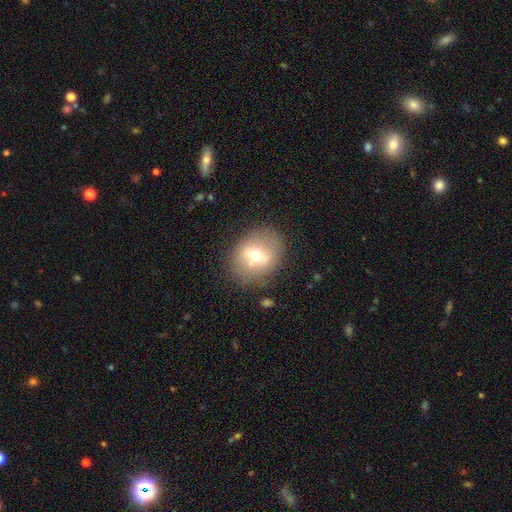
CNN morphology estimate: Smooth or featured?
  - smooth: 55% *
  - featured or disk: 35%
  - star or artifact: 10%
How rounded?
  - round: 61% *
  - in between: 38%
  - cigar-shaped: 1%
Merging?
  - none: 81% *
  - minor disturbance: 12%
  - major disturbance: 5%
  - merger: 2%